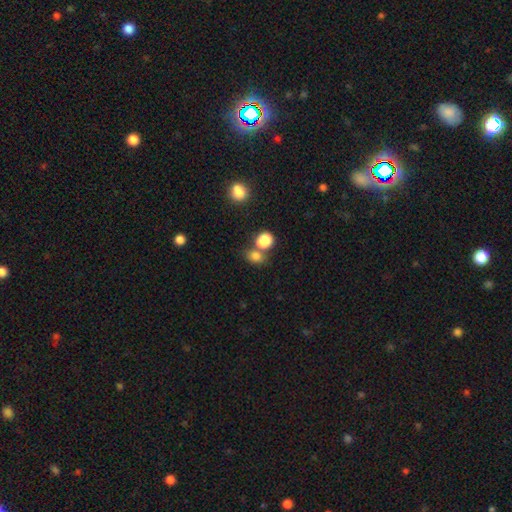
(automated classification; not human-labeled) smooth 79%, star or artifact 13%, featured or disk 8%. Down the decision tree: how rounded — in between (56%); merging — none (46%).